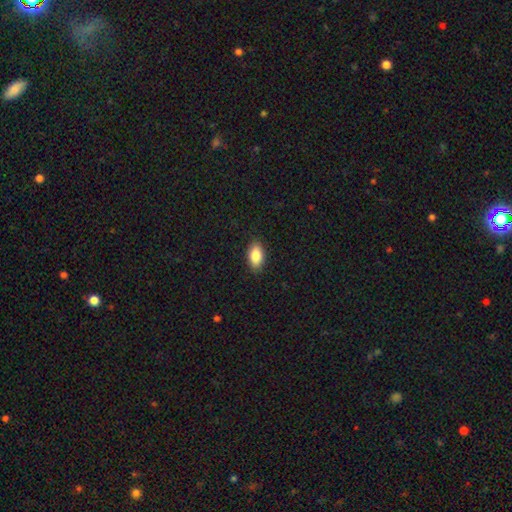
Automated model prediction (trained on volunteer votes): Overall: smooth (86%). How rounded: in between (92%). Merging: none (89%).